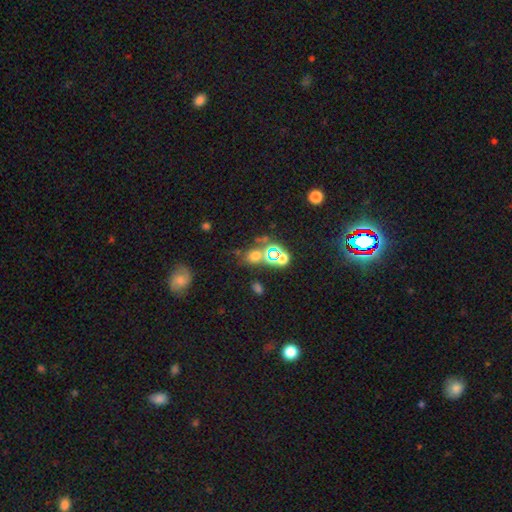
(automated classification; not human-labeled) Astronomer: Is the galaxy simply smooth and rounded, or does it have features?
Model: smooth — 53% (runner-up: star or artifact, 37%).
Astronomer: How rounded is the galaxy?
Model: round — 66%.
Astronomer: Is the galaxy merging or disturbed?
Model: none — 61%.